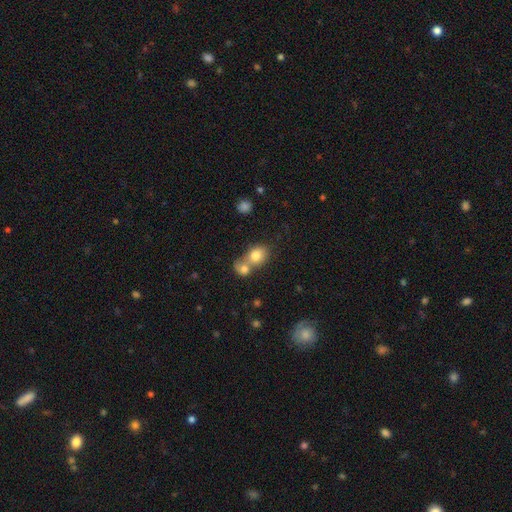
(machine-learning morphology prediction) A smooth galaxy with no disk features (79%) that is round (53%).

Vote fractions:
- Smooth or featured? smooth: 79% / featured or disk: 12% / star or artifact: 9%
- How rounded? round: 53% / in between: 46% / cigar-shaped: 1%
- Merging? merger: 63% / none: 27% / minor disturbance: 7% / major disturbance: 3%